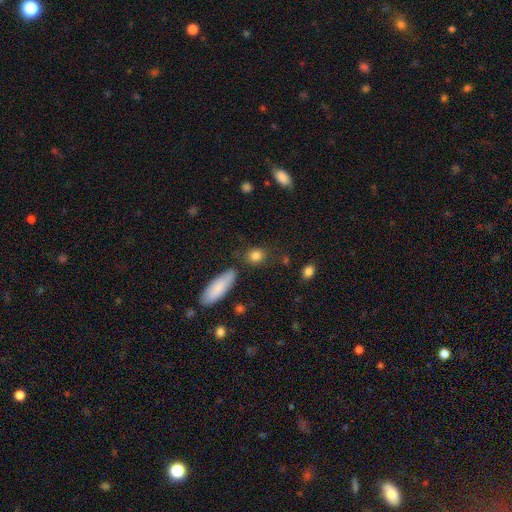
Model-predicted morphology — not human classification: A smooth galaxy with no disk features (85%) that is round (61%). Merging: none (77%).